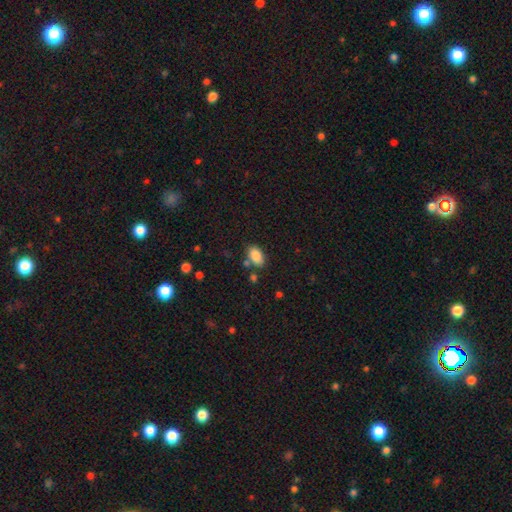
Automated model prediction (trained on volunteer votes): Smooth or featured? Predicted: smooth (p=0.87). How rounded? Predicted: in between (p=0.92). Merging? Predicted: none (p=0.75).